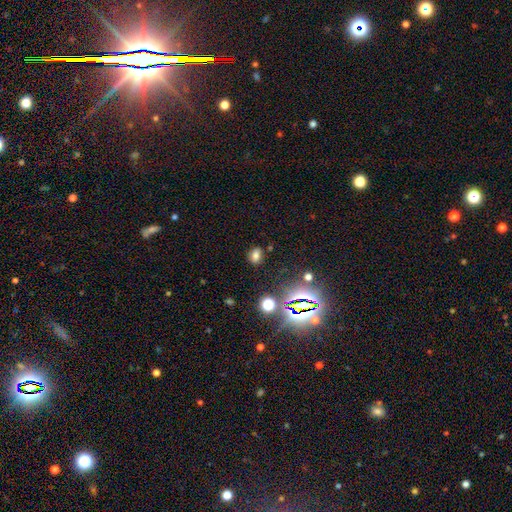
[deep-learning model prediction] Smooth or featured? Predicted: smooth (p=0.68). How rounded? Predicted: in between (p=0.73). Merging? Predicted: none (p=0.81).